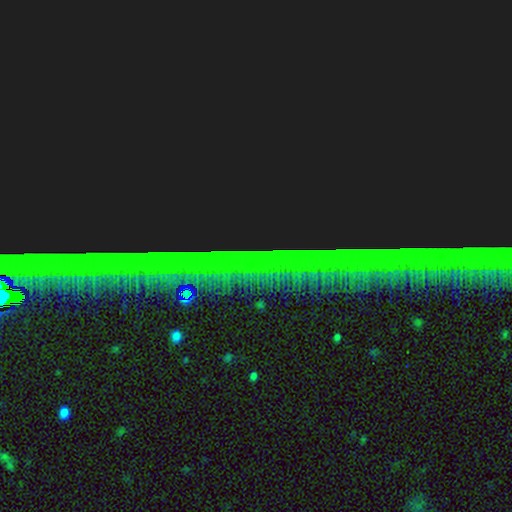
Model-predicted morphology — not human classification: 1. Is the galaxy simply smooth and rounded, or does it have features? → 87% star or artifact, 7% featured or disk, 5% smooth.